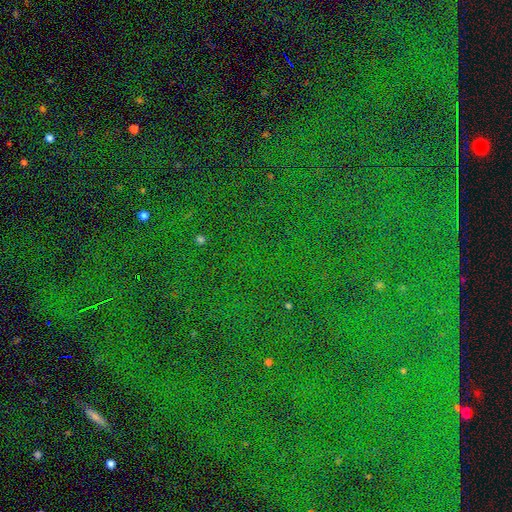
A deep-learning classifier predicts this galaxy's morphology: This appears to be a star or artifact, not a galaxy (86%).